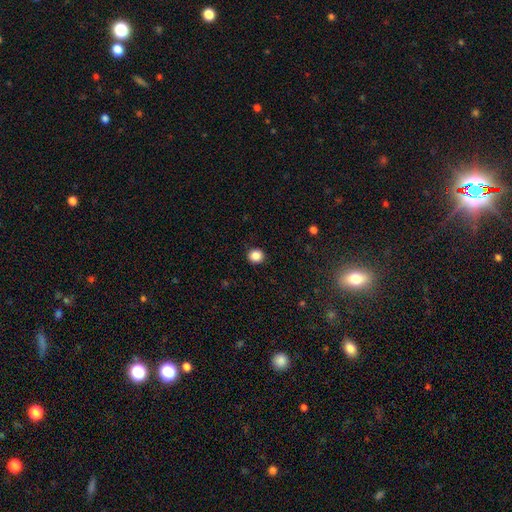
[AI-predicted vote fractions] Smooth or featured?
  - smooth: 87% *
  - star or artifact: 10%
  - featured or disk: 3%
How rounded?
  - round: 90% *
  - in between: 10%
  - cigar-shaped: 1%
Merging?
  - none: 92% *
  - minor disturbance: 5%
  - major disturbance: 2%
  - merger: 1%